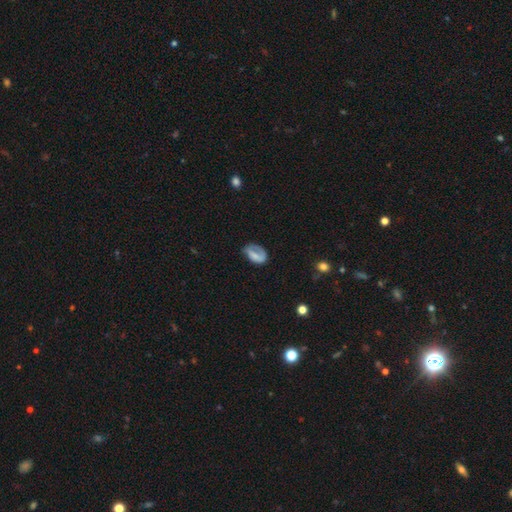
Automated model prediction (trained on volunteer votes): A smooth galaxy with no disk features (54%) that is in between round and cigar-shaped (81%). Merging: none (43%).